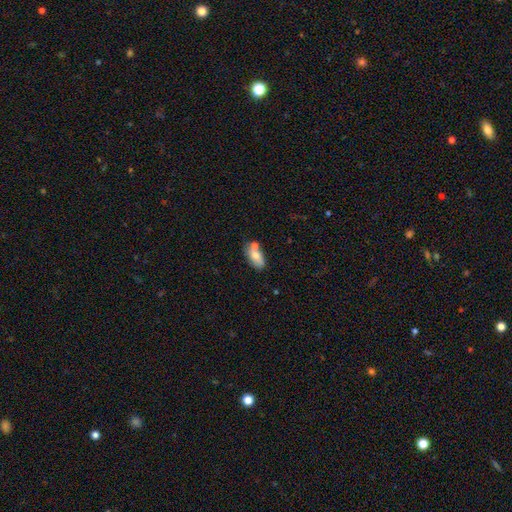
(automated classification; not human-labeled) Smooth or featured? smooth (74%)
How rounded? in between (90%)
Merging? none (53%)